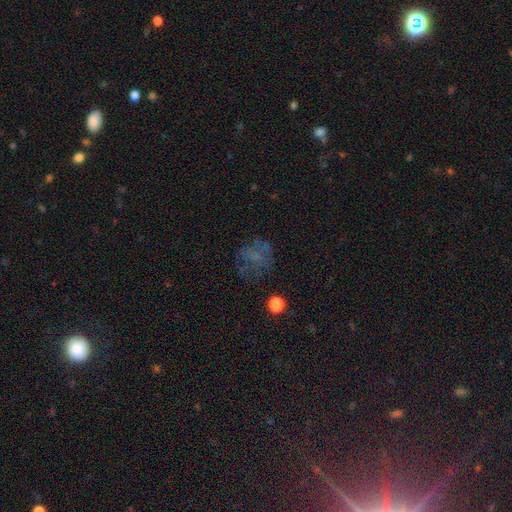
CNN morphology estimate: A smooth galaxy with no disk features (41%).

Vote fractions:
- Smooth or featured? smooth: 41% / featured or disk: 34% / star or artifact: 25%
- Merging? none: 59% / major disturbance: 21% / minor disturbance: 18% / merger: 3%